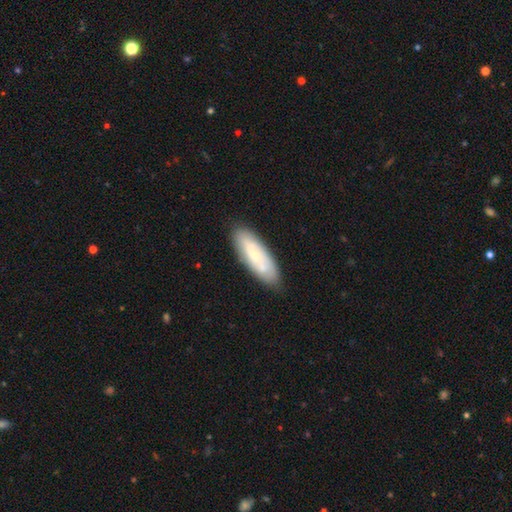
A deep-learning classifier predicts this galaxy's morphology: Smooth or featured? Predicted: smooth (p=0.51). How rounded? Predicted: in between (p=0.61). Merging? Predicted: none (p=0.83).